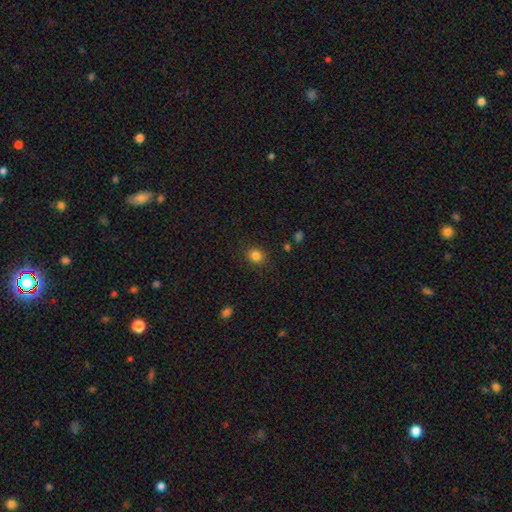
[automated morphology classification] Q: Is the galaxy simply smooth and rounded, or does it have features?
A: smooth — 84%.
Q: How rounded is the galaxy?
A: round — 68%.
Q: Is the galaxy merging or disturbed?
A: none — 88%.